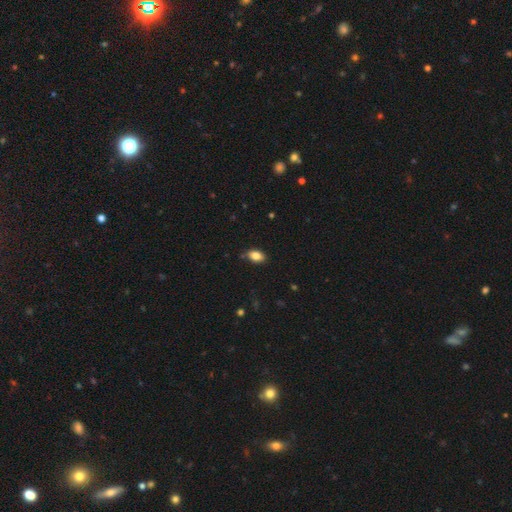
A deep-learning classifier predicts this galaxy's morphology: type=smooth (85%); roundness=in between (87%); merging=none (82%).